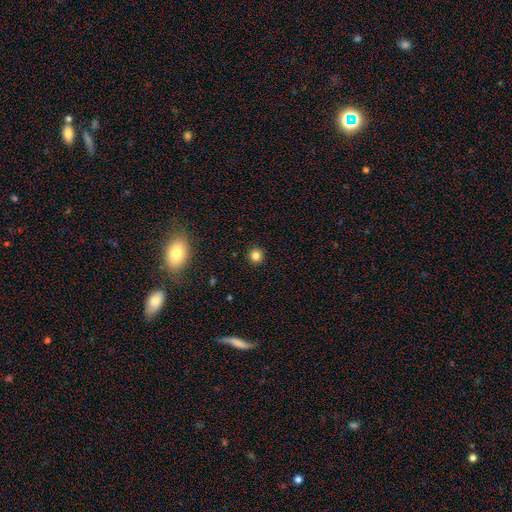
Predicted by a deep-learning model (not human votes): Smooth or featured: smooth — 83% (star or artifact — 13%)
How rounded: round — 94% (in between — 5%)
Merging: none — 93% (minor disturbance — 5%)